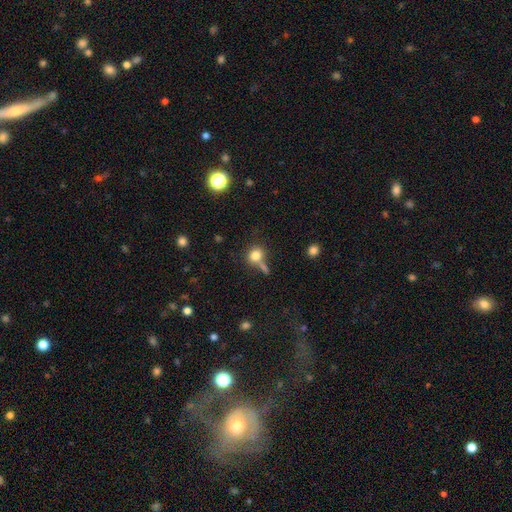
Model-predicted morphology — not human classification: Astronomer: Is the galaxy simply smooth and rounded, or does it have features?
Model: smooth — 79%.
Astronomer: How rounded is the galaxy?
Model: round — 75%.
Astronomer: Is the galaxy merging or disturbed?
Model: none — 54%.